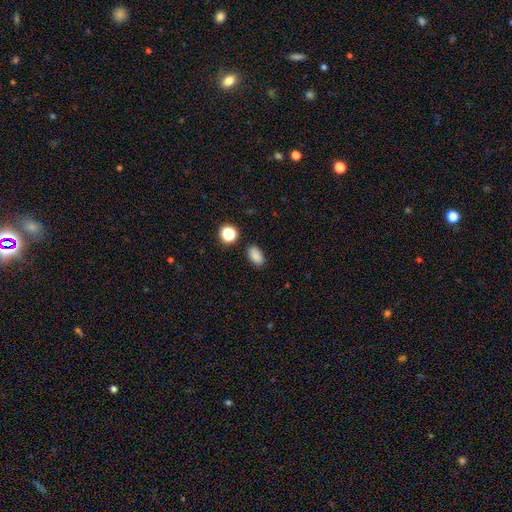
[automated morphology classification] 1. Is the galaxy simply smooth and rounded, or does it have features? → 84% smooth, 12% star or artifact, 4% featured or disk.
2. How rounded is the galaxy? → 87% in between, 11% round, 2% cigar-shaped.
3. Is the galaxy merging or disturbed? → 84% none, 11% minor disturbance, 3% merger, 3% major disturbance.